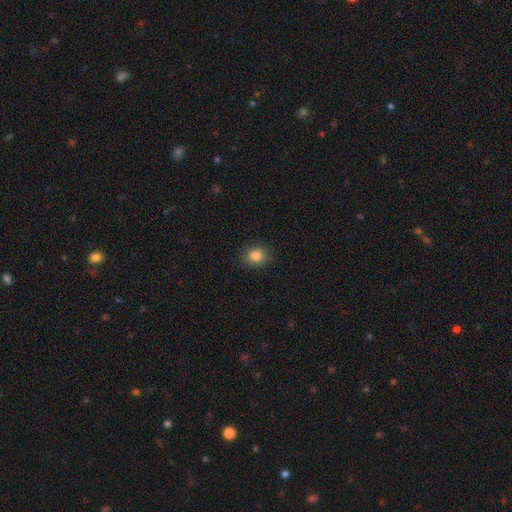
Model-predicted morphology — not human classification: This appears to be a smooth galaxy with no disk features (85%) that is round (66%). Merging: none (87%).